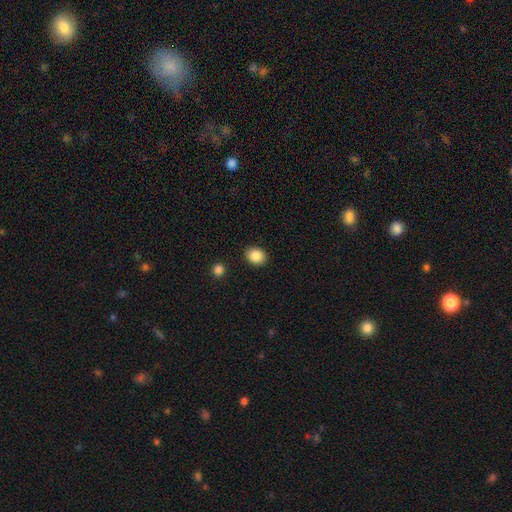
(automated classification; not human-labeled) Q: Smooth or featured?
A: smooth (87%); runner-up: star or artifact (9%)
Q: How rounded?
A: round (56%); runner-up: in between (43%)
Q: Merging?
A: none (88%); runner-up: minor disturbance (8%)